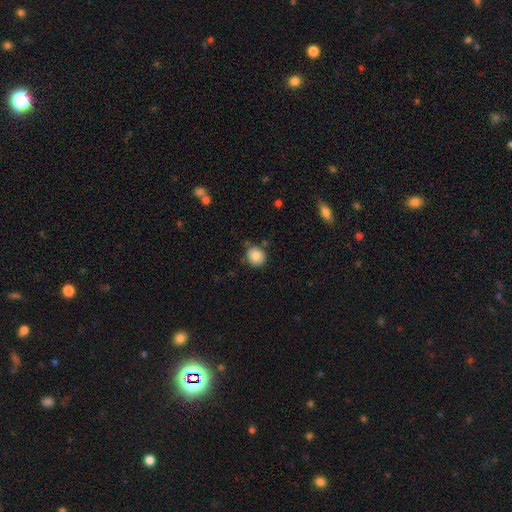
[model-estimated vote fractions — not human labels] This is clearly a smooth galaxy (83%). How rounded: clearly round (81%). Merging: likely none (78%).